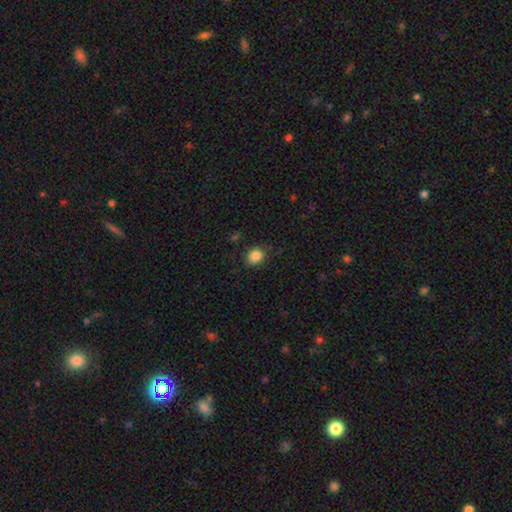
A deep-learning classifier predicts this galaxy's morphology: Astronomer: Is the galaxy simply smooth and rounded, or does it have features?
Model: smooth — 85%.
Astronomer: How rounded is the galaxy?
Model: round — 58% (runner-up: in between, 41%).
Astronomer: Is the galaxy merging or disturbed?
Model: none — 84%.